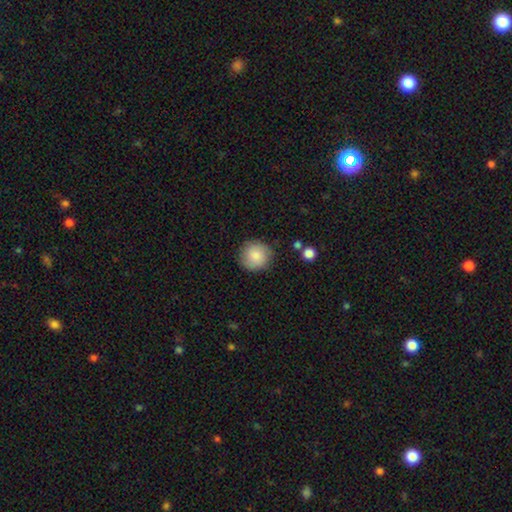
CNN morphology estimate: This is clearly a smooth galaxy (85%). How rounded: clearly round (93%). Merging: clearly none (85%).